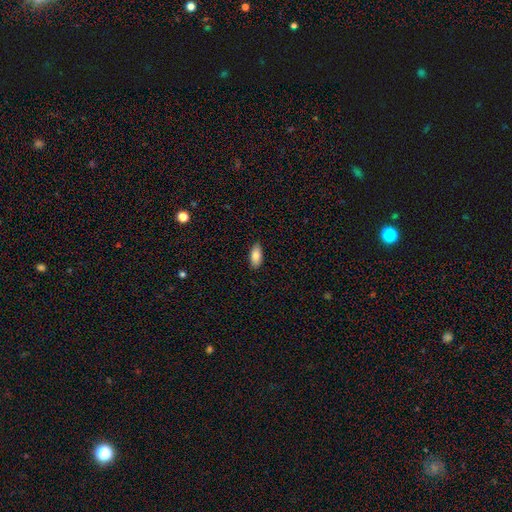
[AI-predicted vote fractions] smooth-or-featured: smooth: 85% | featured or disk: 8% | star or artifact: 7%
  how-rounded: in between: 92% | cigar-shaped: 6% | round: 2%
  merging: none: 89% | minor disturbance: 9% | major disturbance: 2% | merger: 1%